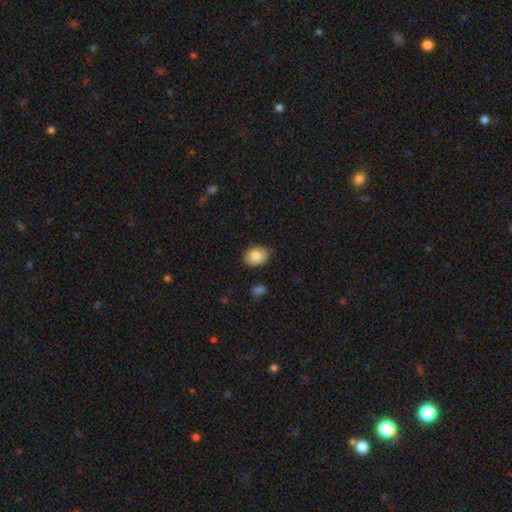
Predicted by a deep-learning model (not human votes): Overall: smooth (80%). How rounded: in between (63%; round 36%). Merging: none (80%).